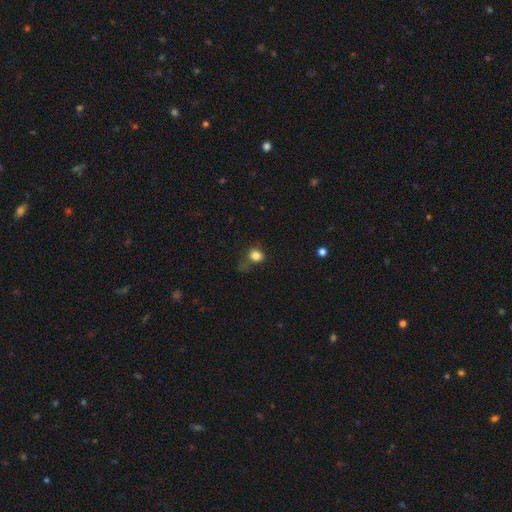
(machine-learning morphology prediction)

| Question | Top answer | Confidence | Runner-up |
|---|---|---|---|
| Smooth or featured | smooth | 82% | star or artifact (12%) |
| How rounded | round | 78% | in between (21%) |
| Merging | none | 52% | minor disturbance (26%) |